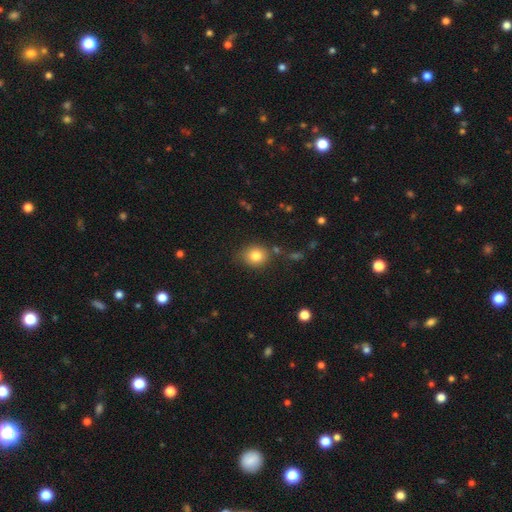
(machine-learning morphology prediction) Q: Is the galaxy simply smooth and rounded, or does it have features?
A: smooth — 81%.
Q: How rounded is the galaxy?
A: round — 73%.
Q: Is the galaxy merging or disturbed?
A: none — 76%.